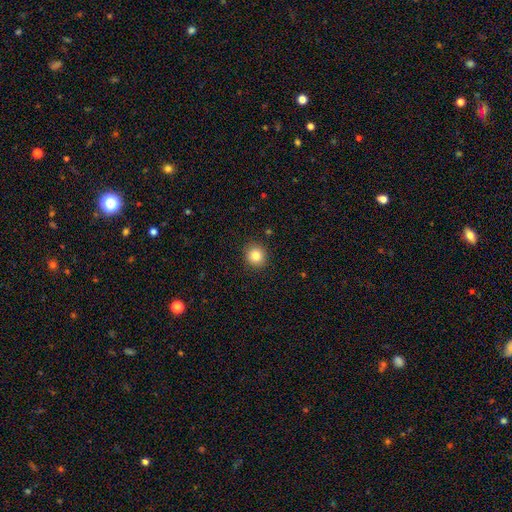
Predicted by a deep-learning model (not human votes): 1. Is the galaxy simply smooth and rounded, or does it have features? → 84% smooth, 10% star or artifact, 6% featured or disk.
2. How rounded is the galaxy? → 90% round, 9% in between, 1% cigar-shaped.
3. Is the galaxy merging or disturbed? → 91% none, 6% minor disturbance, 2% major disturbance, 1% merger.